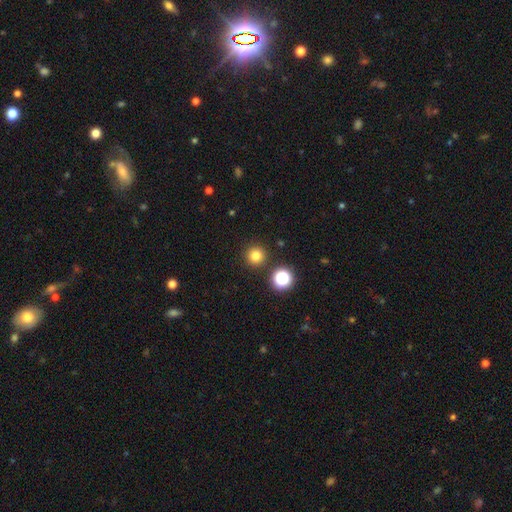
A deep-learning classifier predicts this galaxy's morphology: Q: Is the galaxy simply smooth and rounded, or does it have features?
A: smooth — 79%.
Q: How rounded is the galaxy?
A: round — 96%.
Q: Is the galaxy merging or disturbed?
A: none — 89%.